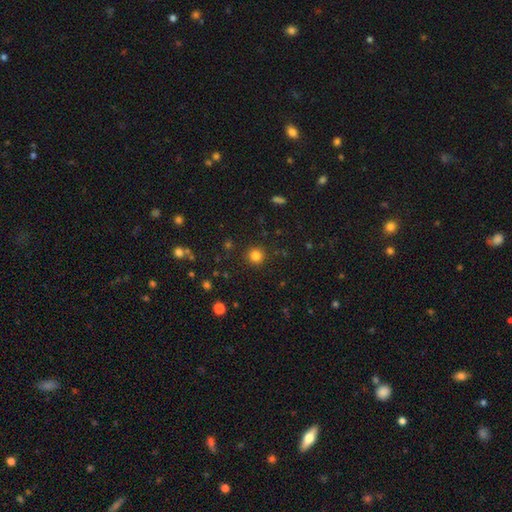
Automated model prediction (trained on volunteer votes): Smooth or featured? smooth (82%)
How rounded? round (94%)
Merging? none (91%)